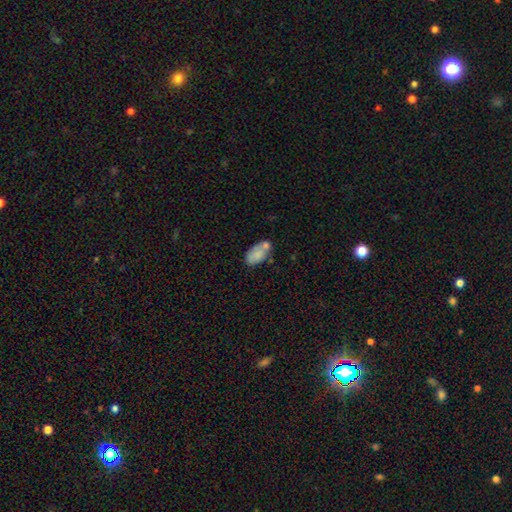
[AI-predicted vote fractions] Q: Smooth or featured?
A: smooth (75%); runner-up: featured or disk (17%)
Q: How rounded?
A: in between (93%); runner-up: round (5%)
Q: Merging?
A: none (46%); runner-up: merger (27%)